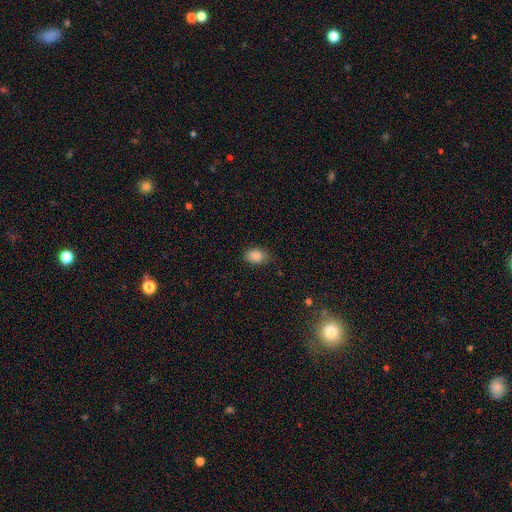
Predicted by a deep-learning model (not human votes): Overall: smooth (86%). How rounded: in between (79%). Merging: none (75%).